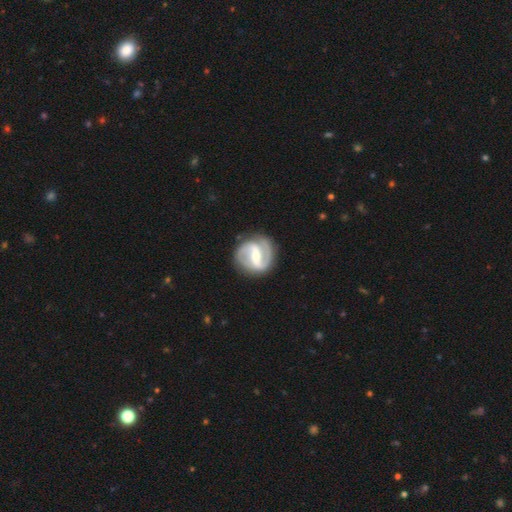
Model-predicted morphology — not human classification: type=featured or disk (88%); edge-on=no (97%); bar=strong (64%); spiral arms=yes (94%); winding=medium (50%); arm count=2 (89%); bulge=moderate (48%); merging=none (81%).